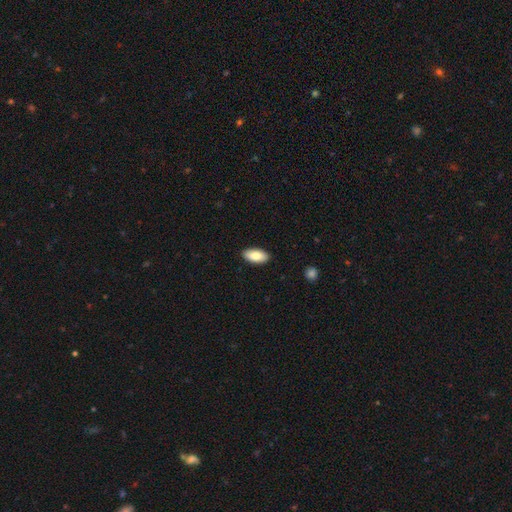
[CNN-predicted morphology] A smooth galaxy with no disk features (84%) that is in between round and cigar-shaped (92%). Merging: none (90%).